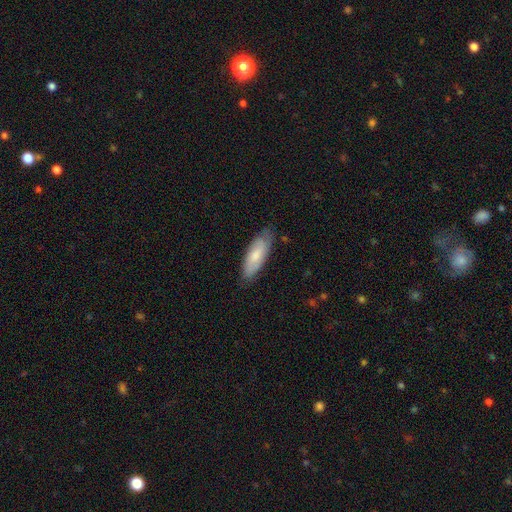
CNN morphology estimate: Smooth or featured?
  - smooth: 67% *
  - featured or disk: 27%
  - star or artifact: 6%
How rounded?
  - in between: 62% *
  - cigar-shaped: 36%
  - round: 2%
Merging?
  - none: 75% *
  - minor disturbance: 20%
  - major disturbance: 4%
  - merger: 1%